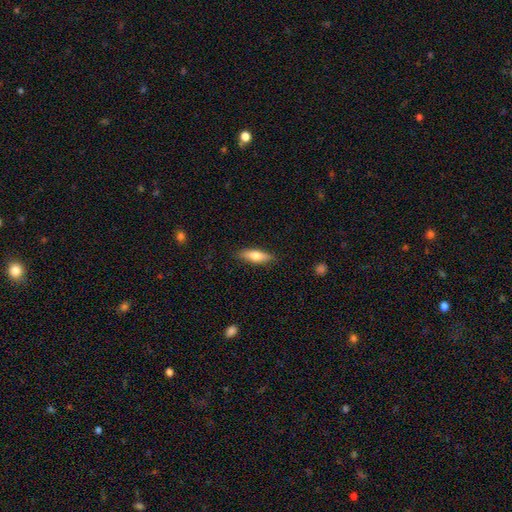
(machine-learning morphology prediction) smooth 66%, featured or disk 28%, star or artifact 6%. Down the decision tree: how rounded — cigar-shaped (49%, tied with in between); merging — none (86%).